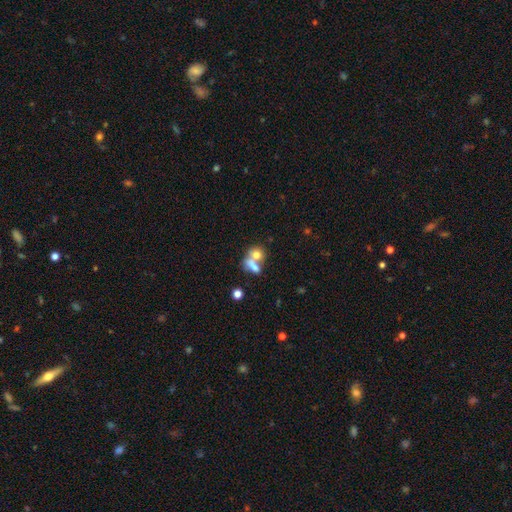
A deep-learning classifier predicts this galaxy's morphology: This is likely a smooth galaxy (69%). How rounded: possibly round (48%). Merging: likely merger (60%).